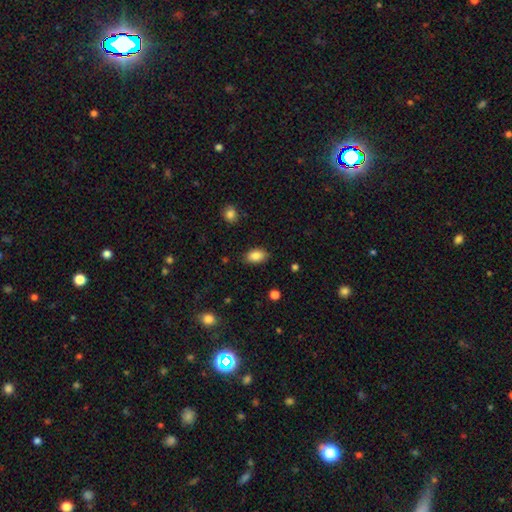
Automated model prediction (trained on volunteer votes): smooth-or-featured: smooth: 87% | star or artifact: 8% | featured or disk: 6%
  how-rounded: in between: 91% | round: 7% | cigar-shaped: 2%
  merging: none: 85% | minor disturbance: 12% | major disturbance: 2% | merger: 1%